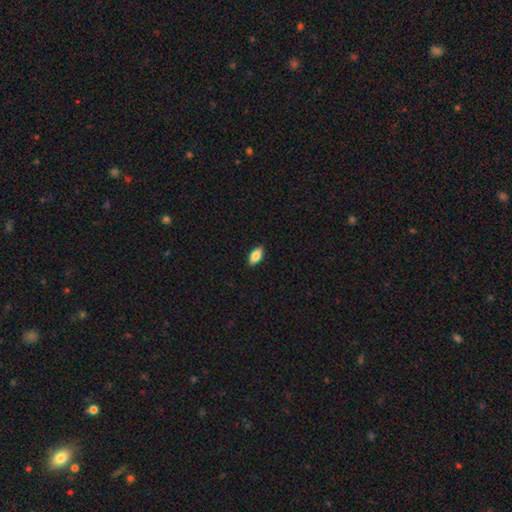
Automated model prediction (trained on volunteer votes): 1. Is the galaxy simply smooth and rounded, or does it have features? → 82% smooth, 11% featured or disk, 7% star or artifact.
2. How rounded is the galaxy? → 88% in between, 9% cigar-shaped, 3% round.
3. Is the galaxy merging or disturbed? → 89% none, 8% minor disturbance, 2% major disturbance, 1% merger.